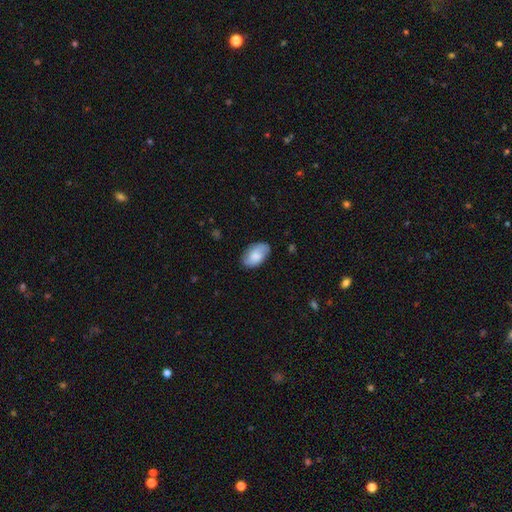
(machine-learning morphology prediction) A smooth galaxy with no disk features (64%) that is in between round and cigar-shaped (93%).

Vote fractions:
- Smooth or featured? smooth: 64% / featured or disk: 29% / star or artifact: 7%
- How rounded? in between: 93% / round: 6% / cigar-shaped: 1%
- Merging? none: 79% / minor disturbance: 16% / major disturbance: 4% / merger: 1%